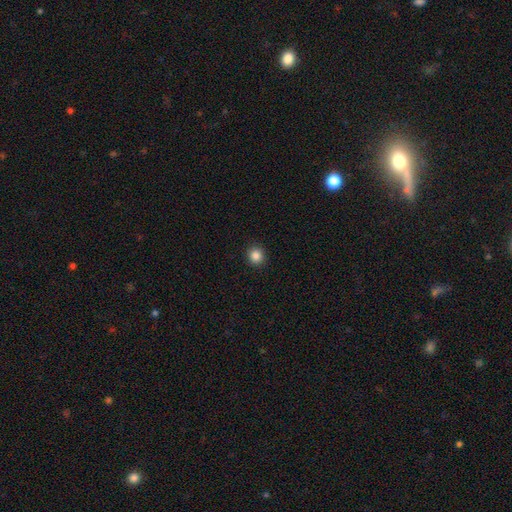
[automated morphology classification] type=smooth (86%); roundness=round (90%); merging=none (92%).